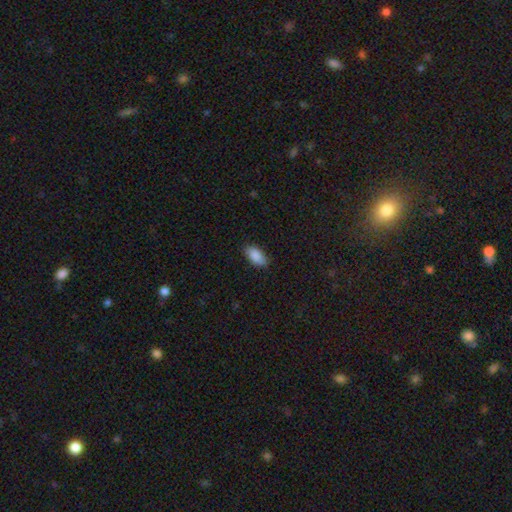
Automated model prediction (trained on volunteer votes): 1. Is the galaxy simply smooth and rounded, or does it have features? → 88% smooth, 7% star or artifact, 5% featured or disk.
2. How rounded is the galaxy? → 93% in between, 4% cigar-shaped, 3% round.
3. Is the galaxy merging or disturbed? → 84% none, 13% minor disturbance, 3% major disturbance, 1% merger.